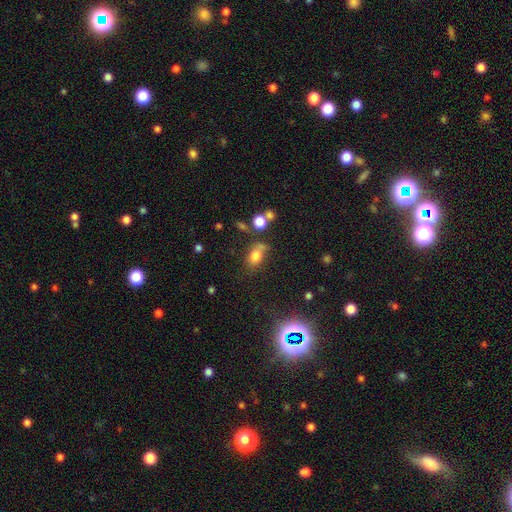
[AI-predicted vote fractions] Smooth or featured: smooth — 75% (star or artifact — 14%)
How rounded: in between — 77% (round — 21%)
Merging: none — 51% (minor disturbance — 23%)